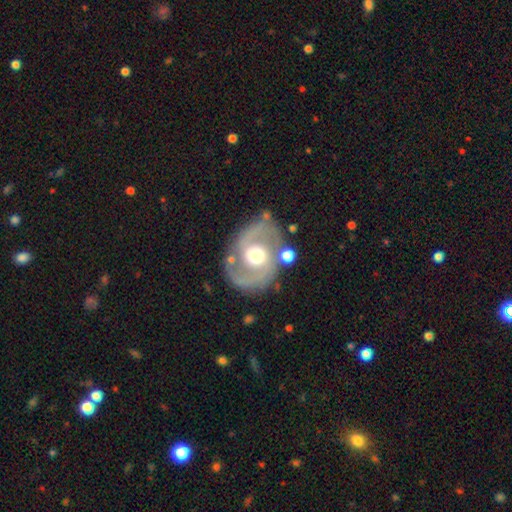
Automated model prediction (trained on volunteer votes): Morphology: type=featured or disk (84%); edge-on=no (97%); bar=no (58%); spiral arms=yes (86%); winding=medium (52%); arm count=2 (89%); bulge=moderate (70%); merging=none (75%).